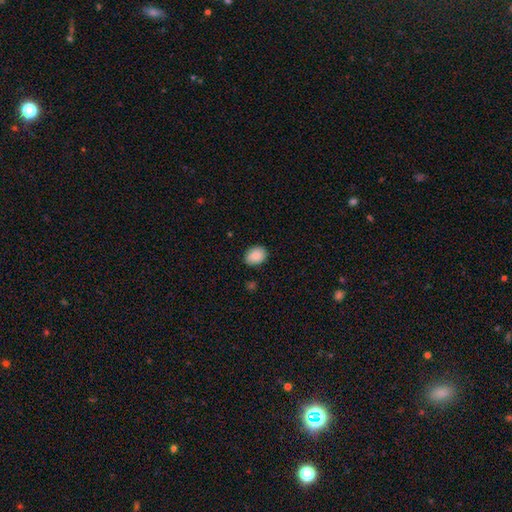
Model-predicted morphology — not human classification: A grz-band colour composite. It shows a smooth galaxy with no disk features (87%) that is in between round and cigar-shaped (63%). Merging: none (81%).